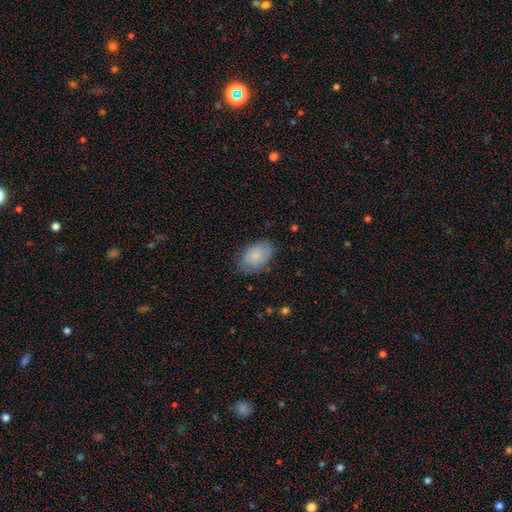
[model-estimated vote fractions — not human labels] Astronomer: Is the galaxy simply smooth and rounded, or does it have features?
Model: smooth — 80%.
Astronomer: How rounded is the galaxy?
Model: in between — 91%.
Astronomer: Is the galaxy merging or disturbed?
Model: none — 75%.